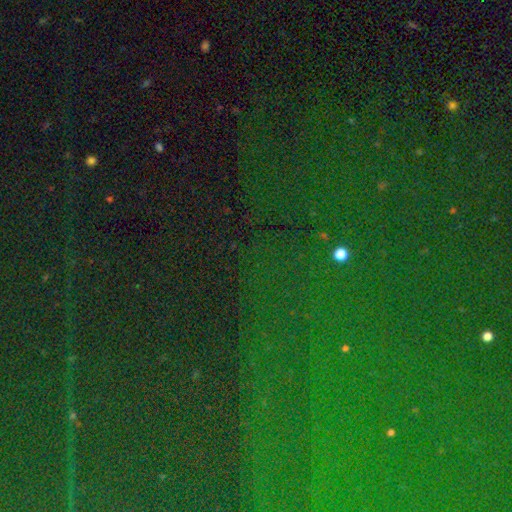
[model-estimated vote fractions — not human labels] Overall: star or artifact (82%).